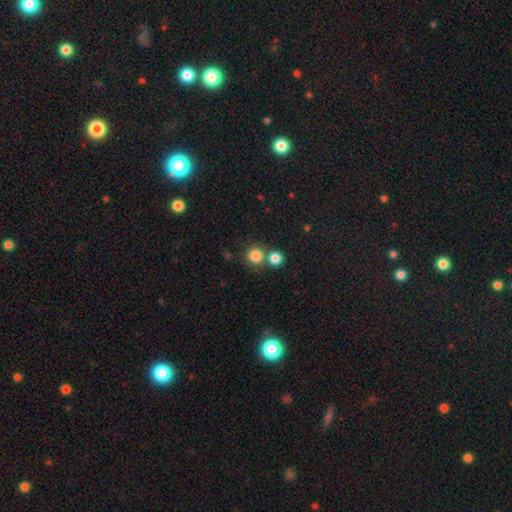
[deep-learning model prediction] smooth_or_featured: smooth (p=0.82) [alt: star or artifact p=0.12]
how_rounded: round (p=0.93) [alt: in between p=0.06]
merging: none (p=0.66) [alt: merger p=0.25]